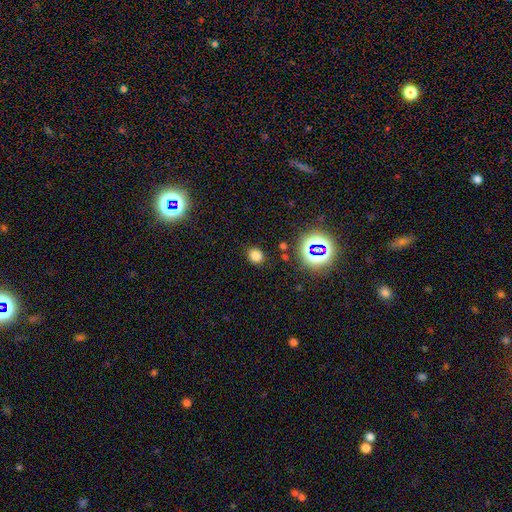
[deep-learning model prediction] A smooth galaxy with no disk features (73%) that is round (69%). Merging: none (85%).